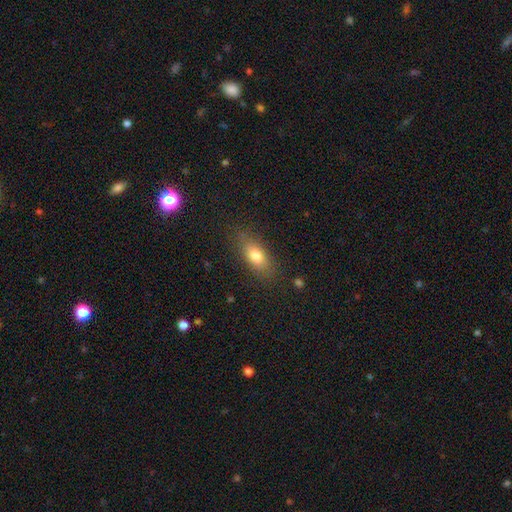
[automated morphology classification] A smooth galaxy with no disk features (77%) that is in between round and cigar-shaped (80%).

Vote fractions:
- Smooth or featured? smooth: 77% / featured or disk: 14% / star or artifact: 9%
- How rounded? in between: 80% / cigar-shaped: 14% / round: 6%
- Merging? none: 80% / minor disturbance: 14% / major disturbance: 4% / merger: 1%